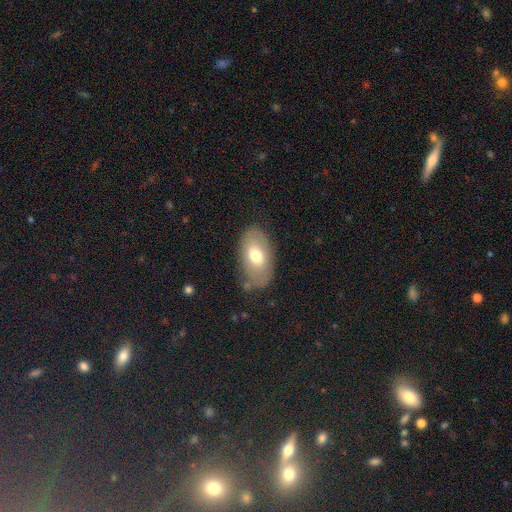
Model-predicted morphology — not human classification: This appears to be a smooth galaxy with no disk features (66%) that is in between round and cigar-shaped (92%). Merging: none (70%).